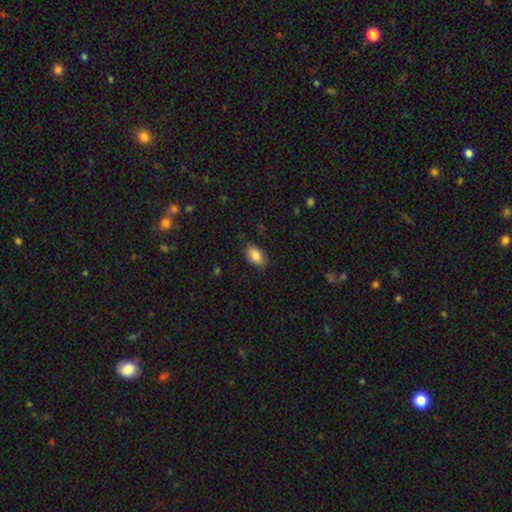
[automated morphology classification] Overall: smooth (86%). How rounded: in between (91%). Merging: none (82%).